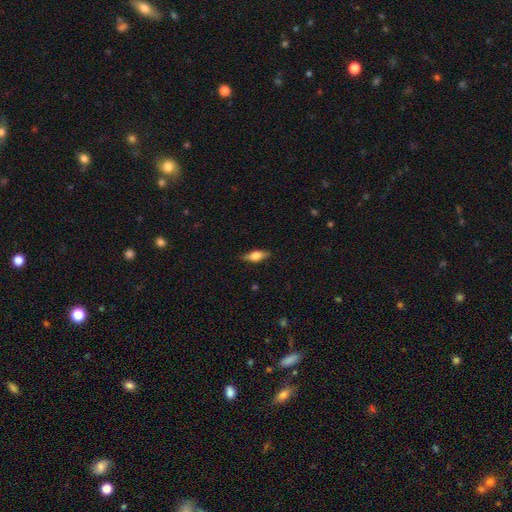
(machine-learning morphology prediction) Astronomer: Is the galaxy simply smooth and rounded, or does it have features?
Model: featured or disk — 50% (runner-up: smooth, 42%).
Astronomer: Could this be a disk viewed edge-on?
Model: yes — 93%.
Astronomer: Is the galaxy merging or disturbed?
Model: none — 85%.